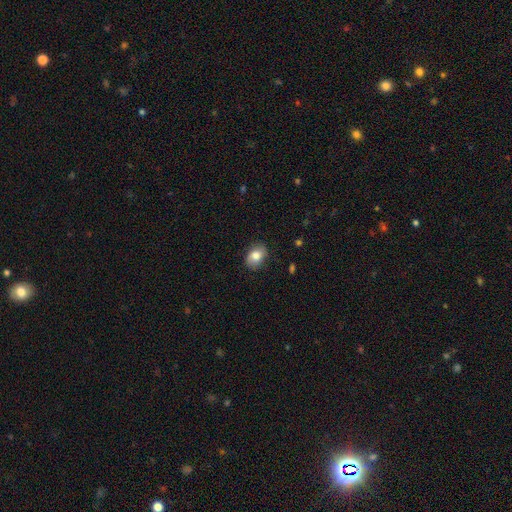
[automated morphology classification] Overall: smooth (80%). How rounded: in between (75%). Merging: none (82%).